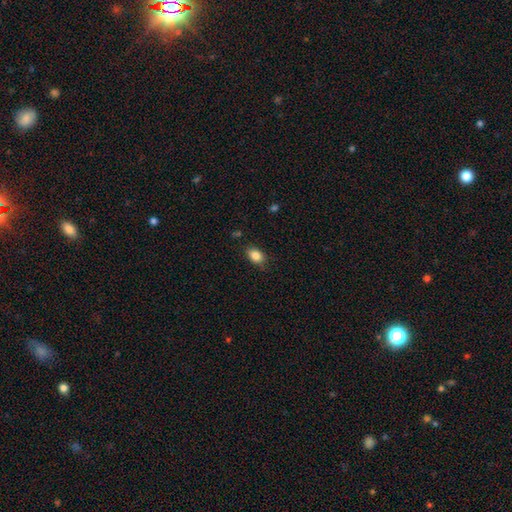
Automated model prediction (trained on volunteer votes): Smooth or featured: smooth — 85% (star or artifact — 9%)
How rounded: in between — 78% (round — 20%)
Merging: none — 81% (minor disturbance — 14%)